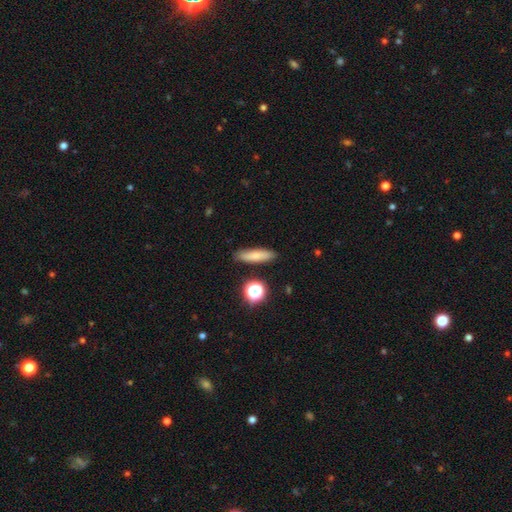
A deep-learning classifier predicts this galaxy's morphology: Overall: smooth (75%). How rounded: cigar-shaped (75%). Merging: none (87%).